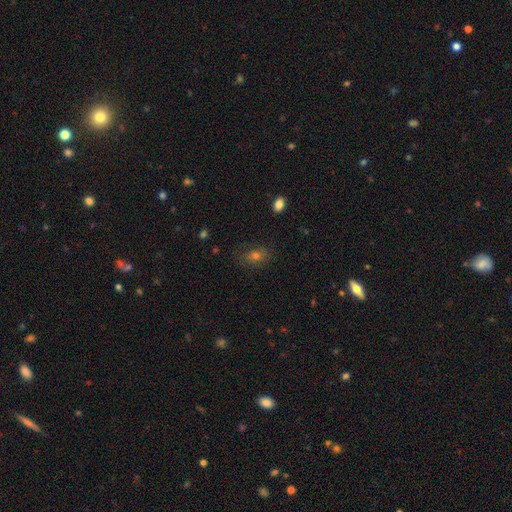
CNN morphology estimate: type=smooth (57%); roundness=in between (73%); merging=none (78%).